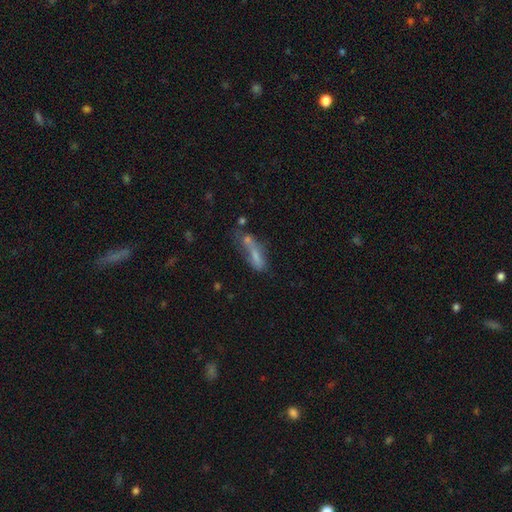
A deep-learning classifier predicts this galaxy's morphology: Smooth or featured?
  - smooth: 59% *
  - featured or disk: 28%
  - star or artifact: 12%
How rounded?
  - cigar-shaped: 56% *
  - in between: 41%
  - round: 3%
Merging?
  - none: 30% *
  - merger: 29%
  - major disturbance: 20%
  - minor disturbance: 20%